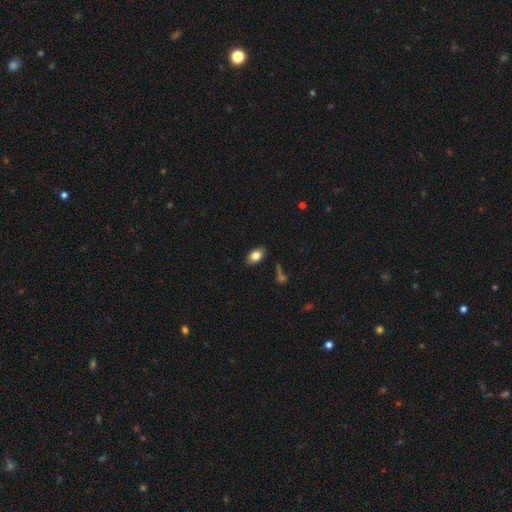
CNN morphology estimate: A smooth galaxy with no disk features (81%) that is in between round and cigar-shaped (88%).

Vote fractions:
- Smooth or featured? smooth: 81% / featured or disk: 11% / star or artifact: 8%
- How rounded? in between: 88% / round: 10% / cigar-shaped: 2%
- Merging? none: 84% / minor disturbance: 11% / major disturbance: 3% / merger: 2%